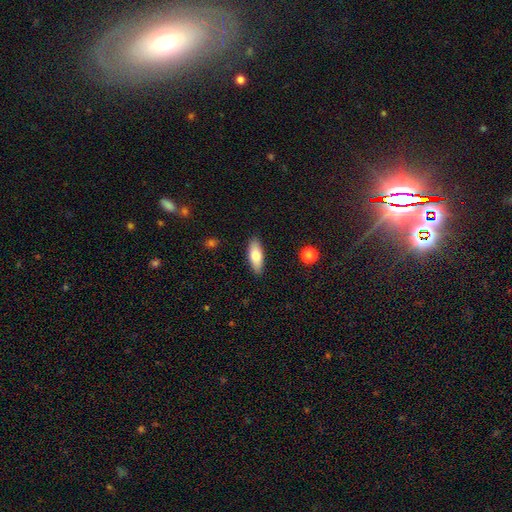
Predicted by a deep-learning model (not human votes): Q: Smooth or featured?
A: smooth (75%); runner-up: featured or disk (18%)
Q: How rounded?
A: in between (72%); runner-up: cigar-shaped (26%)
Q: Merging?
A: none (89%); runner-up: minor disturbance (8%)